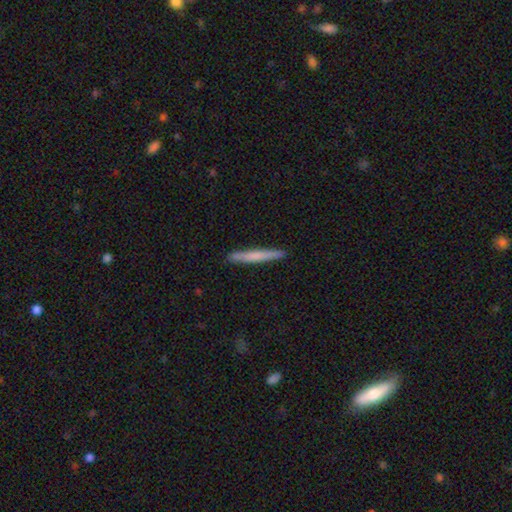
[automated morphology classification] smooth 66%, featured or disk 29%, star or artifact 5%. Down the decision tree: how rounded — cigar-shaped (97%); merging — none (91%).